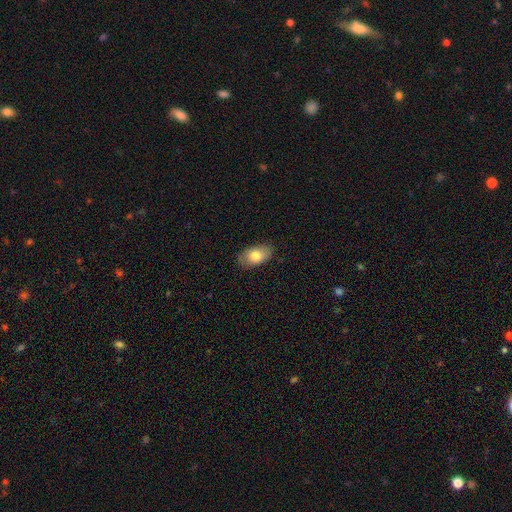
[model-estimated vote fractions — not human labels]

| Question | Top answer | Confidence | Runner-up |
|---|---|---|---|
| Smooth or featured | smooth | 79% | featured or disk (14%) |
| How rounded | in between | 92% | round (7%) |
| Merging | none | 84% | minor disturbance (12%) |